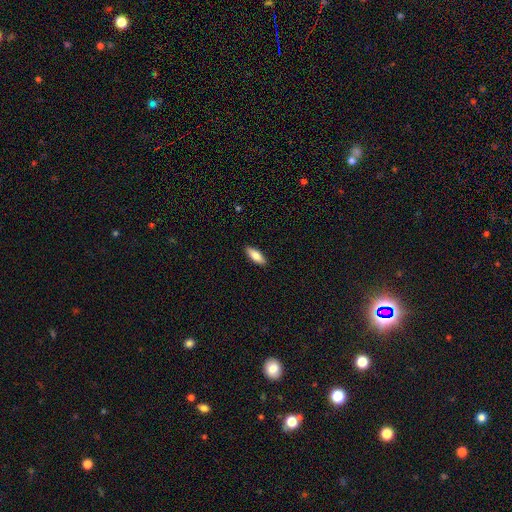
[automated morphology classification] A smooth galaxy with no disk features (82%) that is in between round and cigar-shaped (68%). Merging: none (90%).